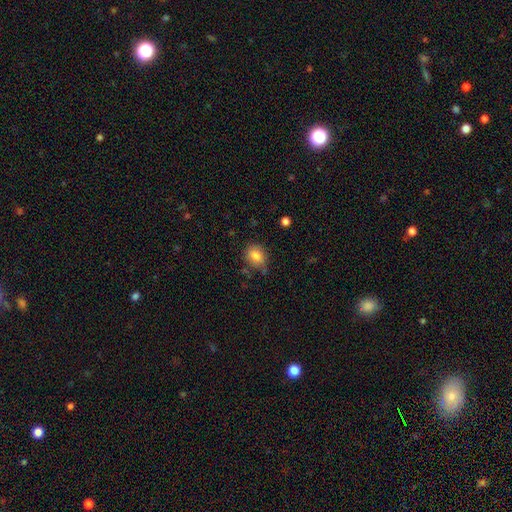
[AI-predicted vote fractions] Smooth or featured: smooth — 83% (star or artifact — 10%)
How rounded: round — 53% (in between — 46%)
Merging: none — 73% (minor disturbance — 20%)